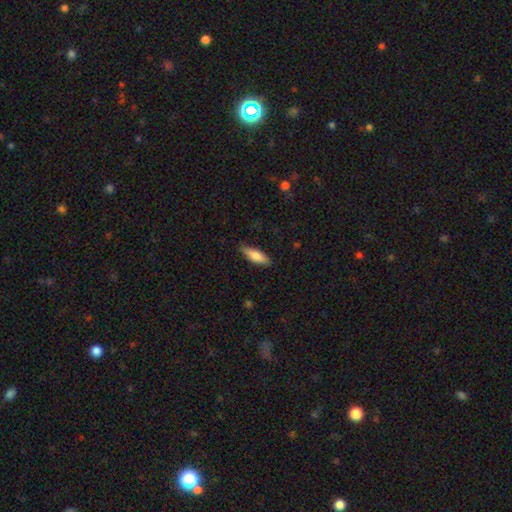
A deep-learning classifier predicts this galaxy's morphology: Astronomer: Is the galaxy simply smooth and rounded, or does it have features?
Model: smooth — 81%.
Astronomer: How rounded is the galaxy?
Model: in between — 58% (runner-up: cigar-shaped, 40%).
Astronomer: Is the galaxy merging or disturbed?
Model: none — 81%.